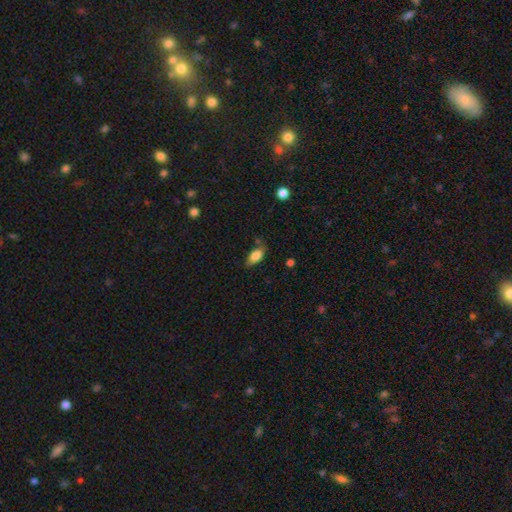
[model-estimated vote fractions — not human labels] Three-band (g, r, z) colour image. It shows a smooth galaxy with no disk features (81%) that is in between round and cigar-shaped (88%). Merging: none (69%).